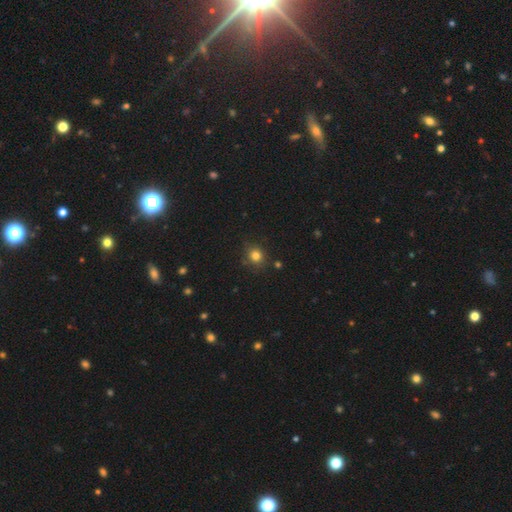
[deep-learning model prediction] Smooth or featured? Predicted: smooth (p=0.80). How rounded? Predicted: round (p=0.84). Merging? Predicted: none (p=0.84).